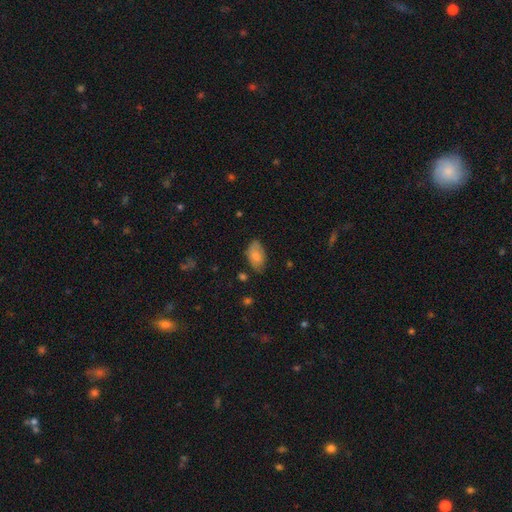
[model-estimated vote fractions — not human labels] Smooth or featured? smooth (79%)
How rounded? in between (93%)
Merging? none (68%)